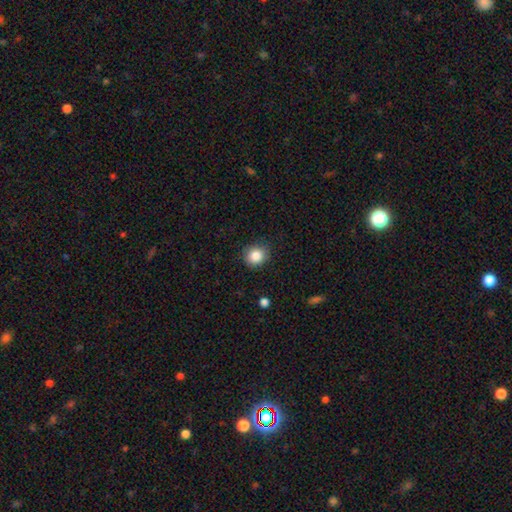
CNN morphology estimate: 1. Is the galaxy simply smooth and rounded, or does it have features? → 85% smooth, 10% star or artifact, 5% featured or disk.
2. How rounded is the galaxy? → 85% round, 14% in between, 1% cigar-shaped.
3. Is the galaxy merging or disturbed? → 85% none, 11% minor disturbance, 3% major disturbance, 1% merger.